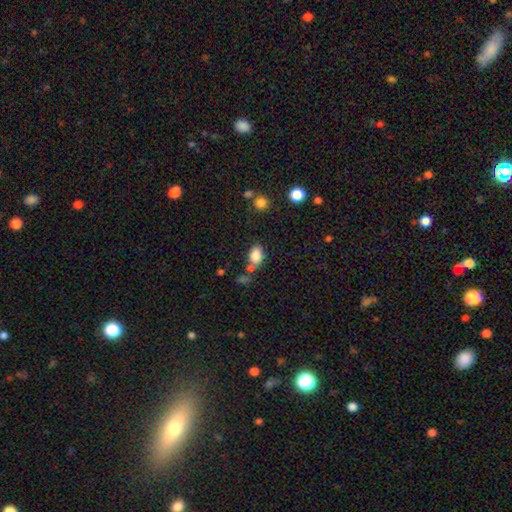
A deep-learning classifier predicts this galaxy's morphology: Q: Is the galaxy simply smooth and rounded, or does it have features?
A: smooth — 84%.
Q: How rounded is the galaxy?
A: in between — 82%.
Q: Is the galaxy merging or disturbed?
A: none — 55%.